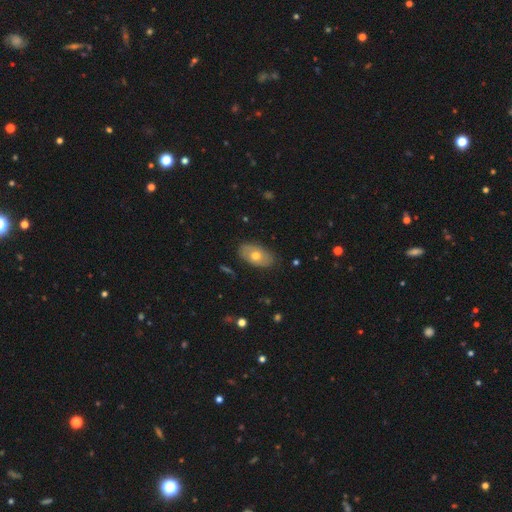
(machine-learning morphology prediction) Smooth or featured? smooth (59%)
How rounded? in between (92%)
Merging? none (82%)